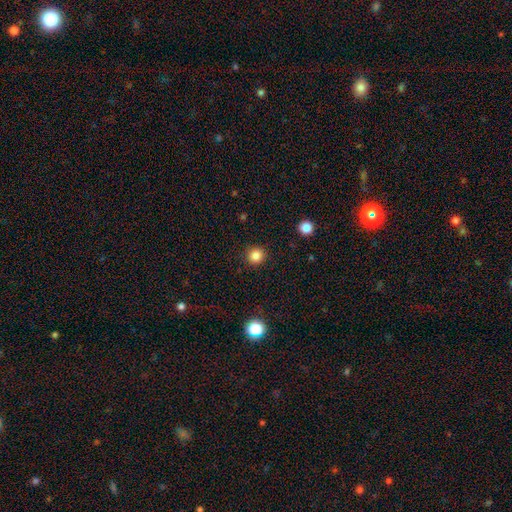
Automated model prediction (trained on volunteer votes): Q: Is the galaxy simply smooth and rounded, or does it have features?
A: smooth — 84%.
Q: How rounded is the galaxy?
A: round — 92%.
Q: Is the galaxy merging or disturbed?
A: none — 91%.